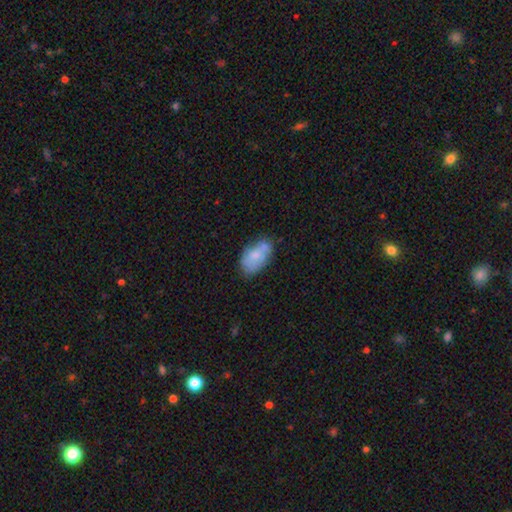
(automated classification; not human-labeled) Smooth or featured? Predicted: smooth (p=0.63). How rounded? Predicted: in between (p=0.92). Merging? Predicted: none (p=0.52).